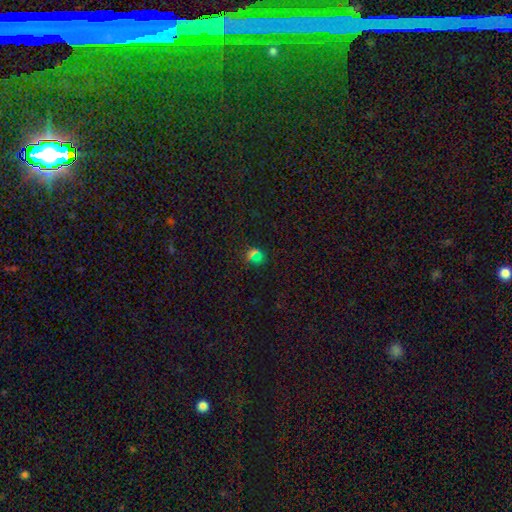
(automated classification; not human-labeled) smooth 50%, star or artifact 43%, featured or disk 7%. Down the decision tree: merging — none (80%).